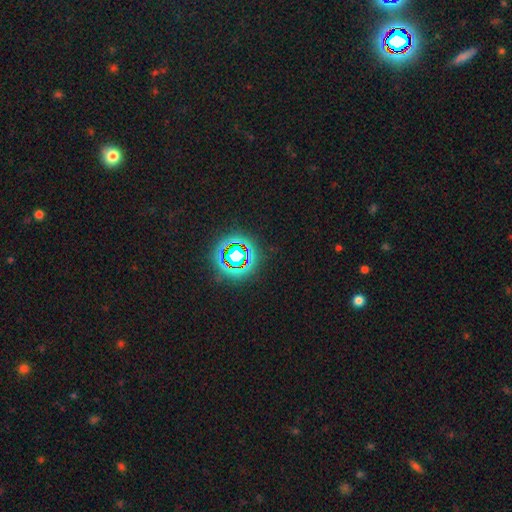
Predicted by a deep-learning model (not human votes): Morphology: type=star or artifact (75%).